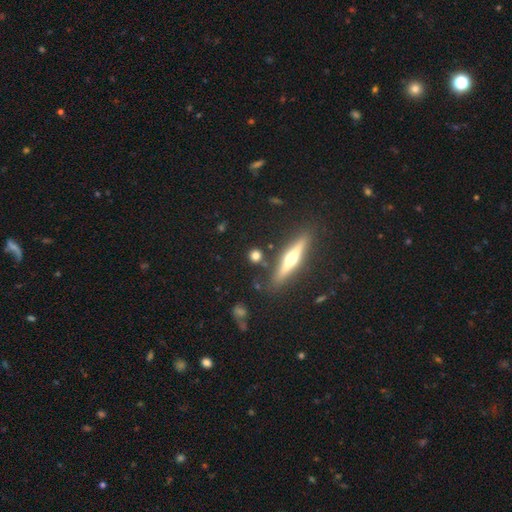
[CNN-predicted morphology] Overall: smooth (59%; featured or disk 30%). How rounded: round (63%). Merging: none (83%).